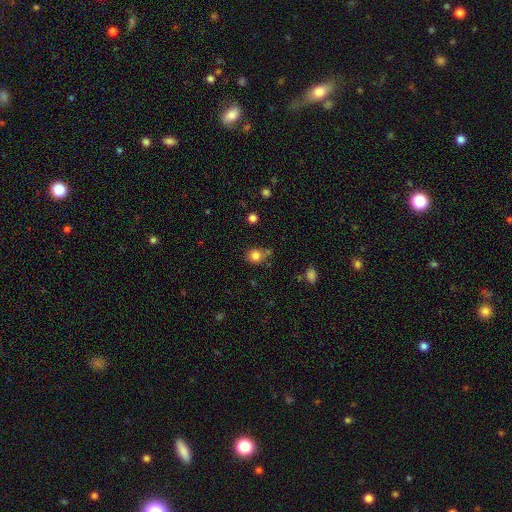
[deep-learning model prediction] Overall: smooth (82%). How rounded: round (78%). Merging: none (65%).